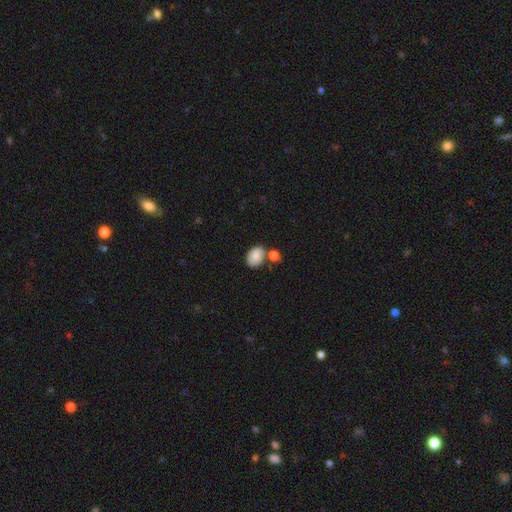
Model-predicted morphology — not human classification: type=smooth (84%); roundness=in between (82%); merging=none (60%).